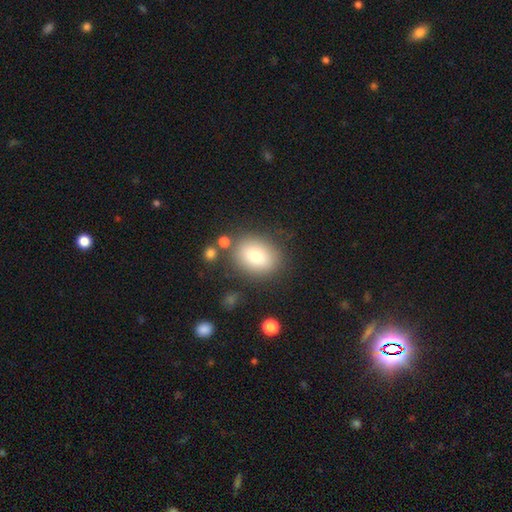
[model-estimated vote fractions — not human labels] A smooth galaxy with no disk features (77%) that is in between round and cigar-shaped (57%).

Vote fractions:
- Smooth or featured? smooth: 77% / featured or disk: 13% / star or artifact: 10%
- How rounded? in between: 57% / round: 42% / cigar-shaped: 1%
- Merging? none: 79% / minor disturbance: 12% / merger: 5% / major disturbance: 4%